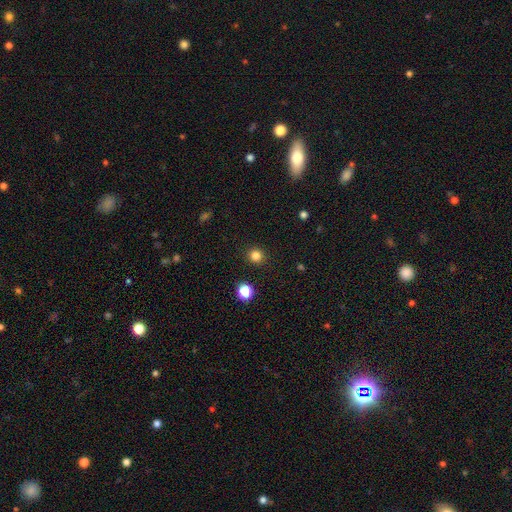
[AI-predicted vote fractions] Q: Smooth or featured?
A: smooth (83%); runner-up: star or artifact (13%)
Q: How rounded?
A: round (91%); runner-up: in between (8%)
Q: Merging?
A: none (92%); runner-up: minor disturbance (5%)